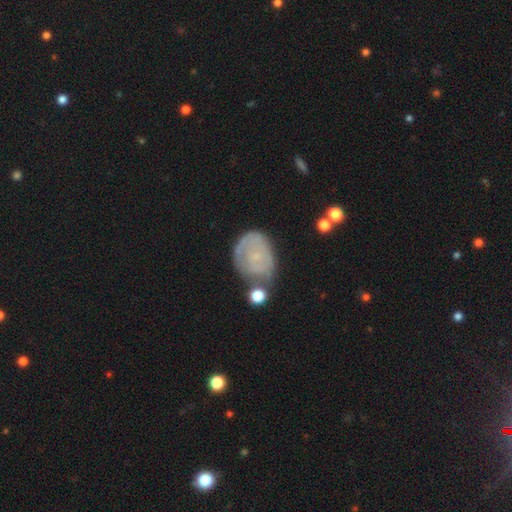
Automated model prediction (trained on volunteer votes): Overall: featured or disk (58%; smooth 33%). Edge-on disk: no (96%). Bar: no (70%). Spiral arms: yes (71%). Bulge size: small (67%). Merging: none (54%; minor disturbance 25%).